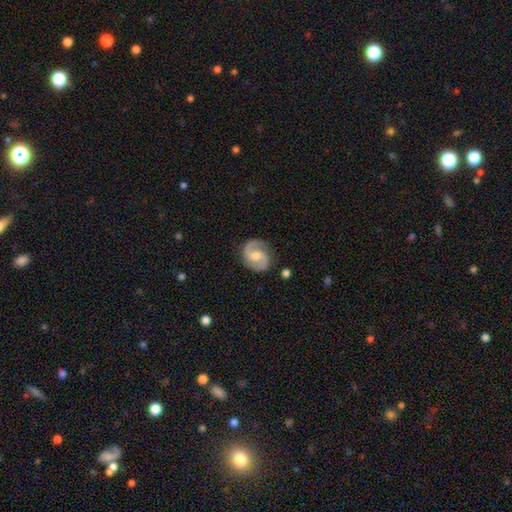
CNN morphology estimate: smooth_or_featured: featured or disk (p=0.87) [alt: smooth p=0.08]
disk_edge_on: no (p=0.98) [alt: yes p=0.02]
bar: weak (p=0.45) [alt: no p=0.44]
has_spiral_arms: yes (p=0.98) [alt: no p=0.02]
spiral_winding: medium (p=0.56) [alt: tight p=0.26]
spiral_arm_count: 2 (p=0.93) [alt: can't tell p=0.02]
bulge_size: moderate (p=0.61) [alt: small p=0.28]
merging: none (p=0.84) [alt: minor disturbance p=0.12]